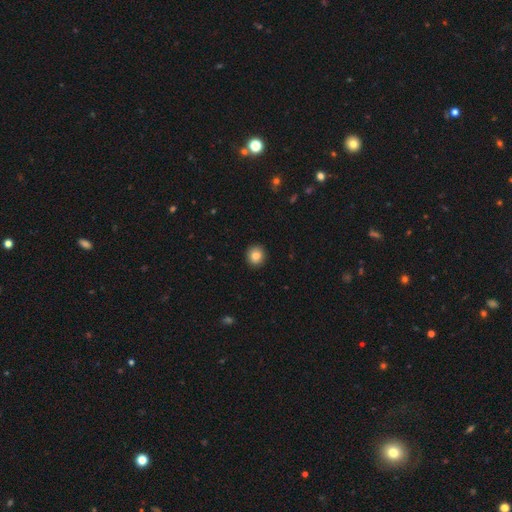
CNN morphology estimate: type=smooth (82%); roundness=round (91%); merging=none (93%).